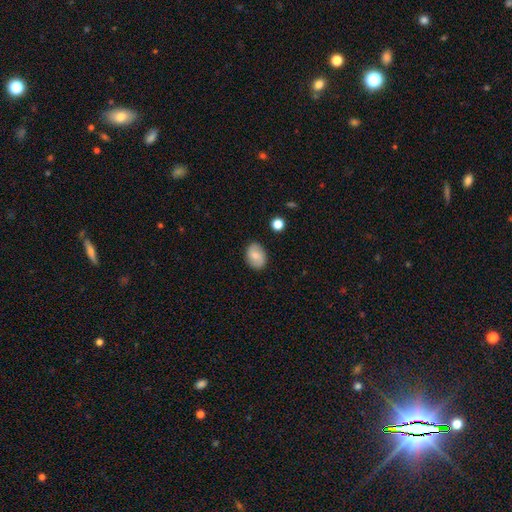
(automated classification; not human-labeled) Smooth or featured?
  - smooth: 74% *
  - featured or disk: 18%
  - star or artifact: 8%
How rounded?
  - in between: 76% *
  - round: 23%
  - cigar-shaped: 1%
Merging?
  - none: 85% *
  - minor disturbance: 11%
  - major disturbance: 2%
  - merger: 2%